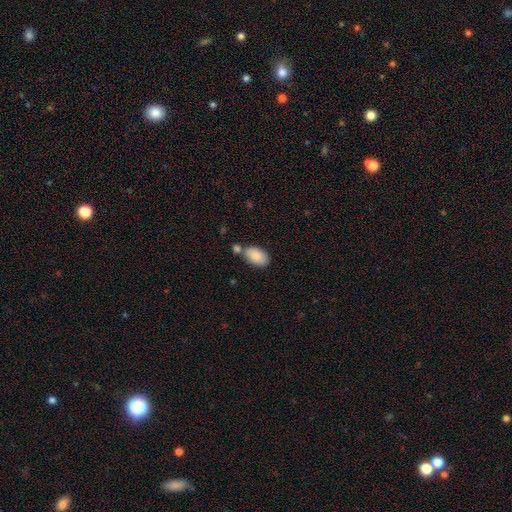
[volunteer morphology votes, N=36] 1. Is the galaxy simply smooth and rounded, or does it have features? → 89% smooth, 6% featured or disk, 6% star or artifact.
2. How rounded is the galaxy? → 97% in between, 3% cigar-shaped, 0% round.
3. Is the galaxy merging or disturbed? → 62% none, 18% minor disturbance, 18% merger, 3% major disturbance.